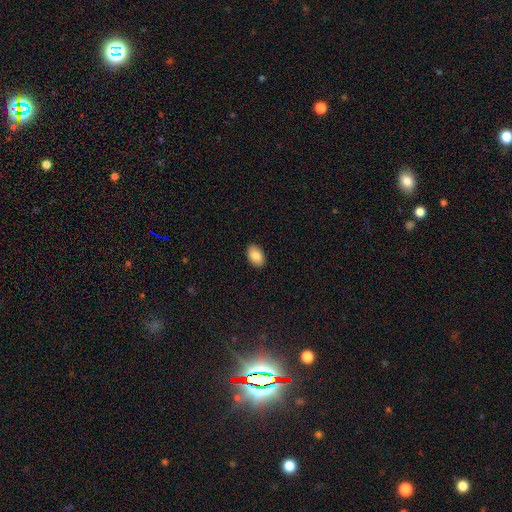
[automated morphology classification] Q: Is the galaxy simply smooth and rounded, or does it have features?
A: smooth — 88%.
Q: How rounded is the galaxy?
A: in between — 91%.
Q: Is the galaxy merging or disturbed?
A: none — 90%.